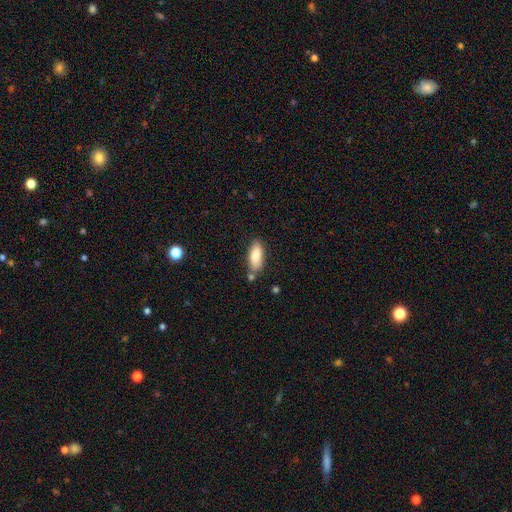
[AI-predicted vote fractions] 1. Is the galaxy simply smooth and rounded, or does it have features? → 82% smooth, 11% featured or disk, 6% star or artifact.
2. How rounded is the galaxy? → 80% in between, 18% cigar-shaped, 2% round.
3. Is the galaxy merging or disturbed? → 72% none, 16% minor disturbance, 9% merger, 3% major disturbance.